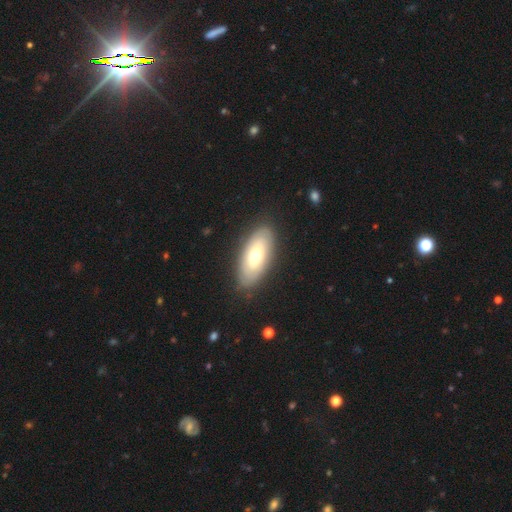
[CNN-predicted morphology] Smooth or featured?
  - smooth: 58% *
  - featured or disk: 37%
  - star or artifact: 6%
How rounded?
  - in between: 89% *
  - cigar-shaped: 8%
  - round: 3%
Merging?
  - none: 85% *
  - minor disturbance: 10%
  - major disturbance: 3%
  - merger: 1%